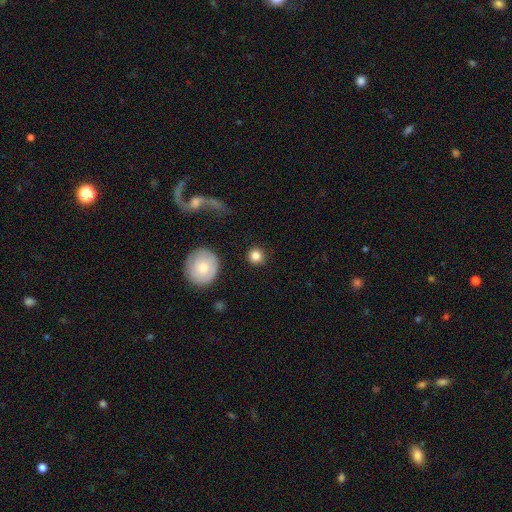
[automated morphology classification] The model was most divided on "smooth or featured": smooth: 84%, star or artifact: 9%, featured or disk: 7%. More confident: how rounded — round (93%); merging — none (89%).